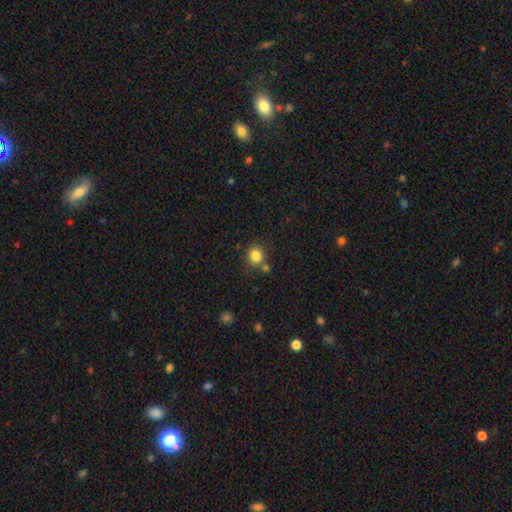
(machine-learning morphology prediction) smooth 83%, star or artifact 12%, featured or disk 5%. Down the decision tree: how rounded — round (86%); merging — none (73%).